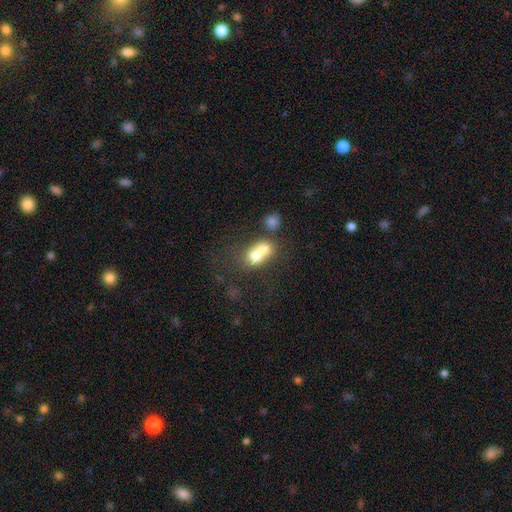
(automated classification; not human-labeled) Smooth or featured? Predicted: smooth (p=0.66). How rounded? Predicted: round (p=0.63). Merging? Predicted: merger (p=0.73).